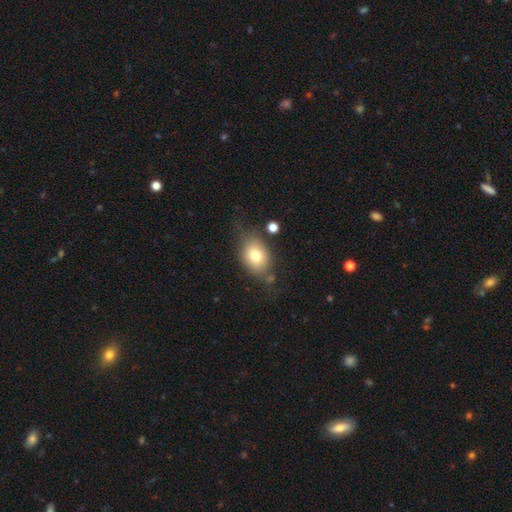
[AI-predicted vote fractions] This is likely a smooth galaxy (76%). How rounded: likely in between (69%). Merging: likely none (66%).